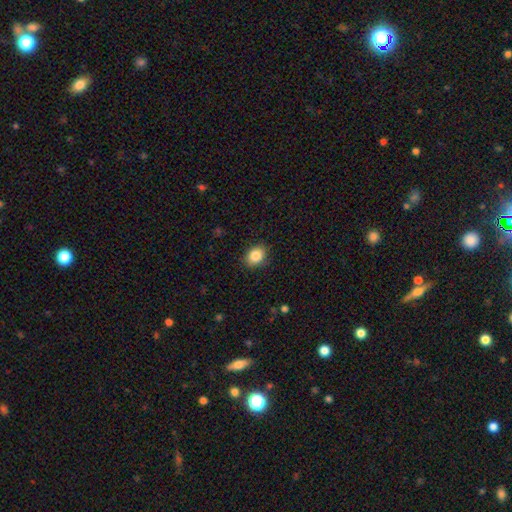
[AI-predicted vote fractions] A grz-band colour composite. It shows a smooth galaxy with no disk features (86%) that is in between round and cigar-shaped (66%). Merging: none (87%).